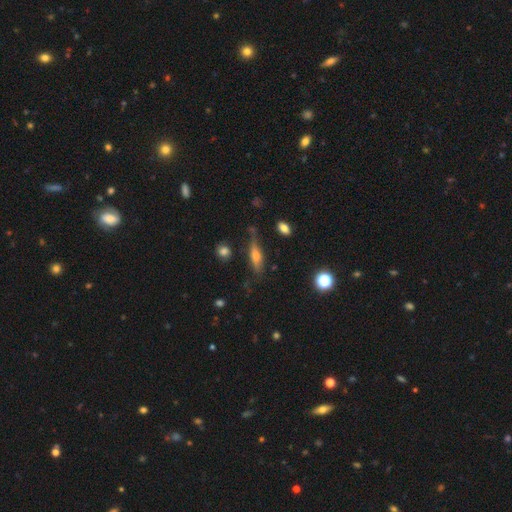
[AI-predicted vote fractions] Q: Smooth or featured?
A: smooth (47%); runner-up: featured or disk (42%)
Q: Merging?
A: none (71%); runner-up: minor disturbance (19%)